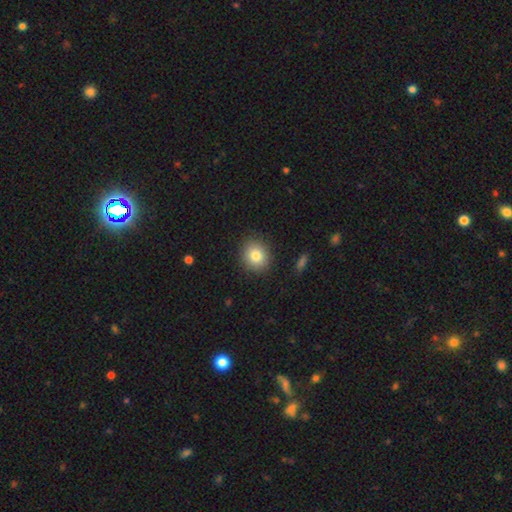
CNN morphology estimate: Smooth or featured? smooth (82%)
How rounded? round (75%)
Merging? none (88%)